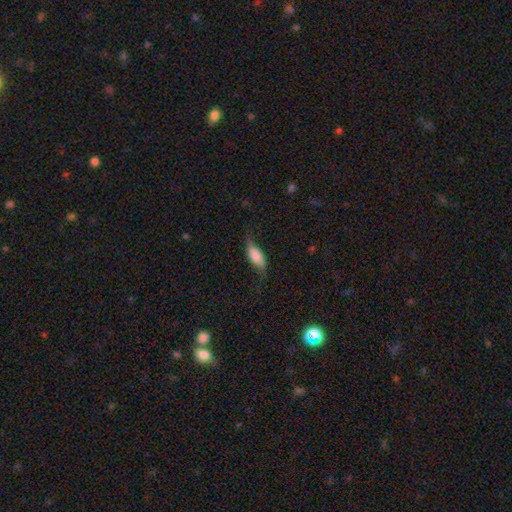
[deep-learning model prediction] Smooth or featured?
  - smooth: 61% *
  - featured or disk: 30%
  - star or artifact: 8%
How rounded?
  - in between: 79% *
  - cigar-shaped: 17%
  - round: 4%
Merging?
  - none: 56% *
  - minor disturbance: 27%
  - major disturbance: 15%
  - merger: 2%